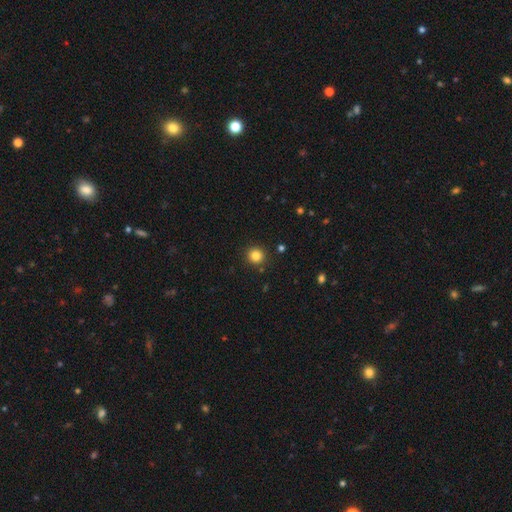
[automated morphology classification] smooth-or-featured: smooth: 83% | star or artifact: 12% | featured or disk: 5%
  how-rounded: round: 94% | in between: 5% | cigar-shaped: 1%
  merging: none: 91% | minor disturbance: 6% | major disturbance: 2% | merger: 2%